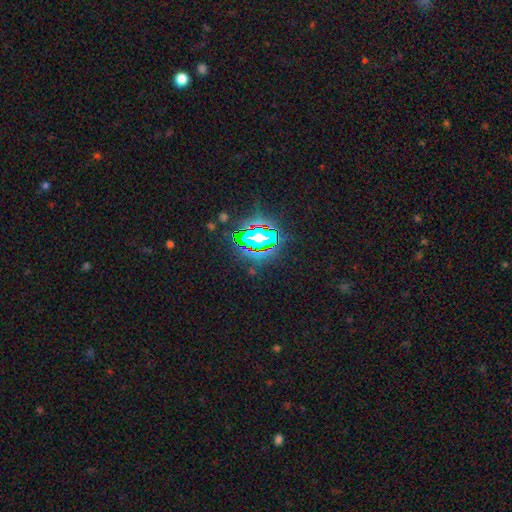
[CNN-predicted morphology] This is clearly a star or artifact rather than a galaxy (82%).